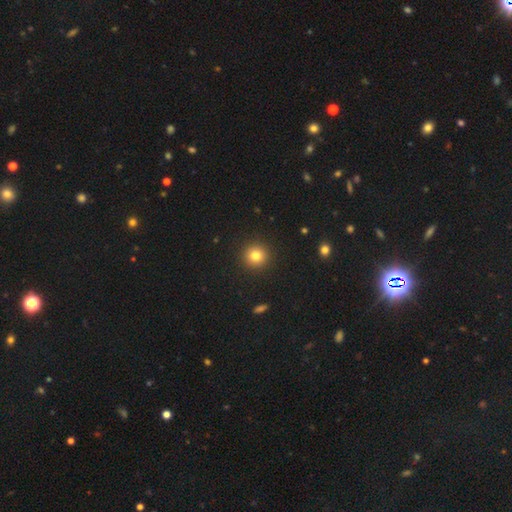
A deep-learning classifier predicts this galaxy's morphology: Smooth or featured?
  - smooth: 80% *
  - star or artifact: 12%
  - featured or disk: 8%
How rounded?
  - round: 95% *
  - in between: 4%
  - cigar-shaped: 1%
Merging?
  - none: 92% *
  - minor disturbance: 5%
  - major disturbance: 2%
  - merger: 1%